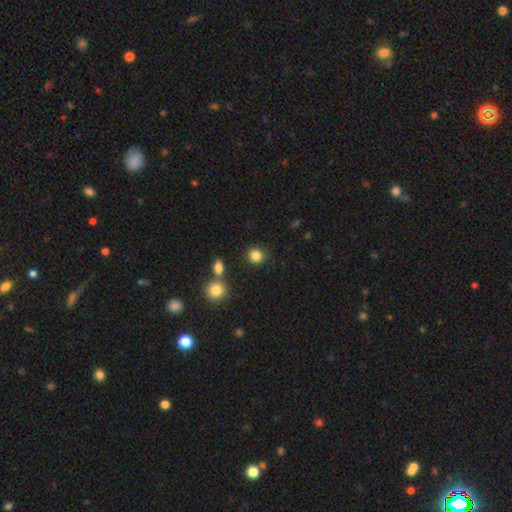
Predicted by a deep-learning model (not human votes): Smooth or featured? Predicted: smooth (p=0.86). How rounded? Predicted: round (p=0.81). Merging? Predicted: none (p=0.85).